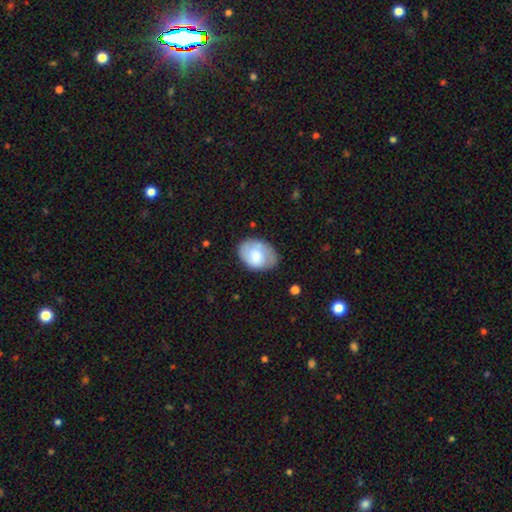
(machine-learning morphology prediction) smooth 62%, featured or disk 32%, star or artifact 7%. Down the decision tree: how rounded — in between (79%); merging — none (68%).